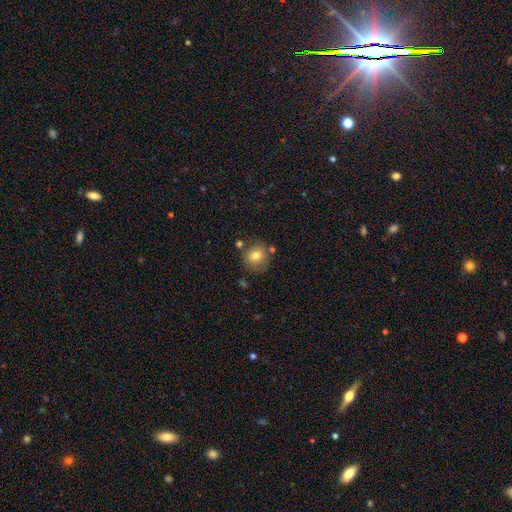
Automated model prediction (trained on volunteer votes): Overall: smooth (76%). How rounded: round (88%). Merging: none (74%).